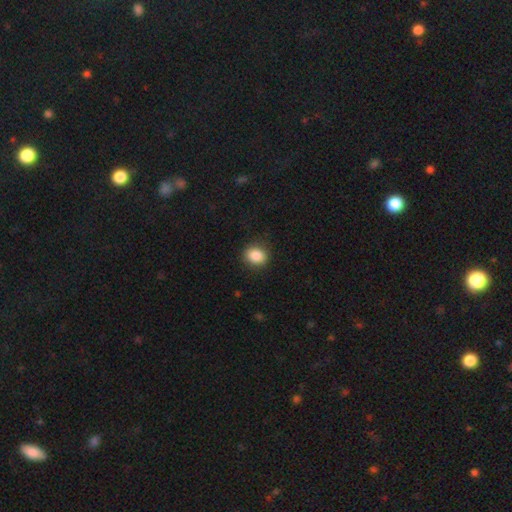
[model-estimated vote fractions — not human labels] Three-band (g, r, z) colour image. It shows a smooth galaxy with no disk features (87%) that is round (64%). Merging: none (86%).